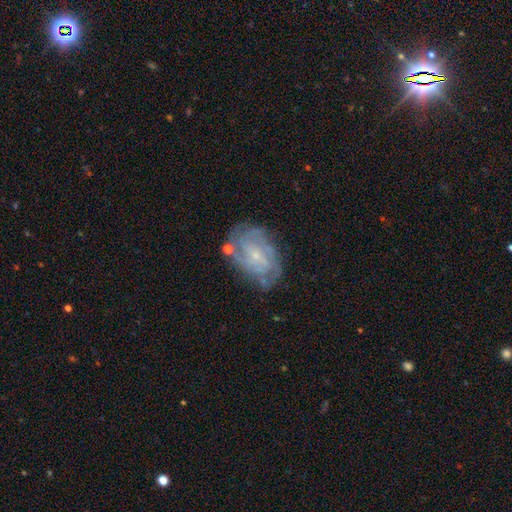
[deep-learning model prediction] smooth-or-featured: featured or disk: 75% | smooth: 16% | star or artifact: 9%
  disk-edge-on: no: 97% | yes: 3%
    bar: no: 55% | weak: 38% | strong: 7%
    has-spiral-arms: yes: 88% | no: 12%
      spiral-winding: tight: 60% | medium: 30% | loose: 10%
      spiral-arm-count: can't tell: 45% | 4: 15% | 2: 14% | 3: 14% | more than 4: 7% | 1: 5%
    bulge-size: small: 78% | moderate: 15% | none: 5% | large: 1% | dominant: 1%
  merging: none: 69% | minor disturbance: 19% | major disturbance: 8% | merger: 4%